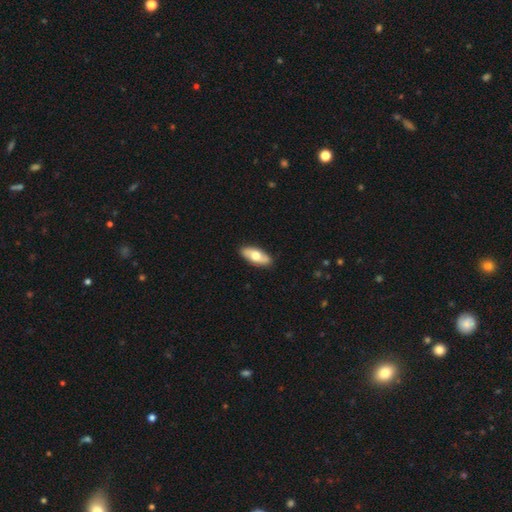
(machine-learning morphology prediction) Smooth or featured: smooth — 60% (featured or disk — 35%)
How rounded: in between — 81% (cigar-shaped — 16%)
Merging: none — 88% (minor disturbance — 9%)